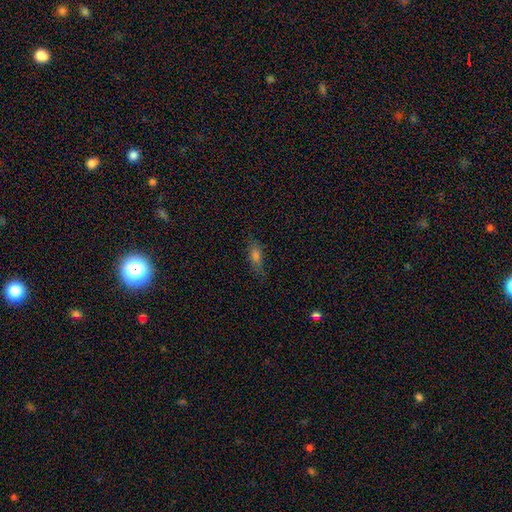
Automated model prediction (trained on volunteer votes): Smooth or featured?
  - smooth: 69% *
  - featured or disk: 18%
  - star or artifact: 13%
How rounded?
  - in between: 67% *
  - cigar-shaped: 28%
  - round: 5%
Merging?
  - none: 73% *
  - minor disturbance: 20%
  - major disturbance: 5%
  - merger: 2%